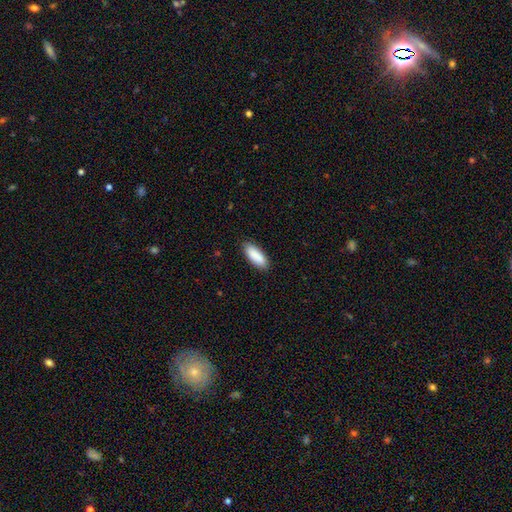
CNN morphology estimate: A smooth galaxy with no disk features (90%) that is in between round and cigar-shaped (75%). Merging: none (87%).